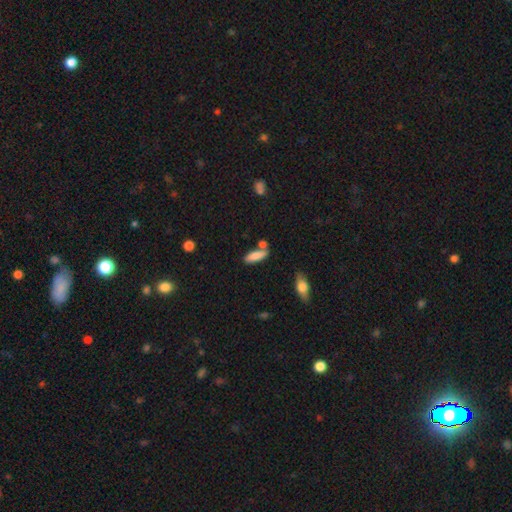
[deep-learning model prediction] Overall: smooth (84%). How rounded: in between (57%; cigar-shaped 41%). Merging: none (62%).